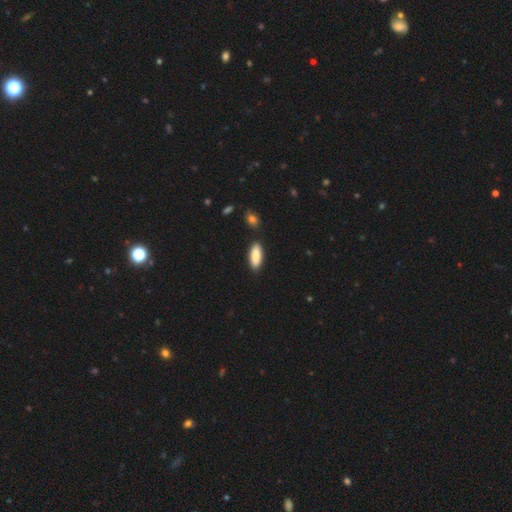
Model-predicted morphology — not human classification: Smooth or featured?
  - smooth: 87% *
  - featured or disk: 7%
  - star or artifact: 6%
How rounded?
  - in between: 69% *
  - cigar-shaped: 29%
  - round: 2%
Merging?
  - none: 87% *
  - minor disturbance: 9%
  - merger: 3%
  - major disturbance: 2%